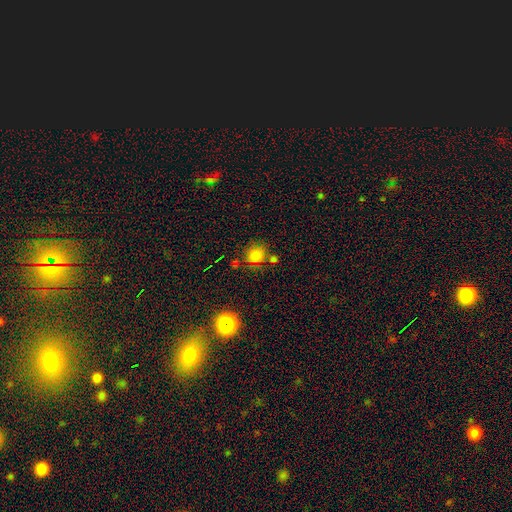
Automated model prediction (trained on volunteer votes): Smooth or featured? smooth (80%)
How rounded? round (86%)
Merging? none (70%)